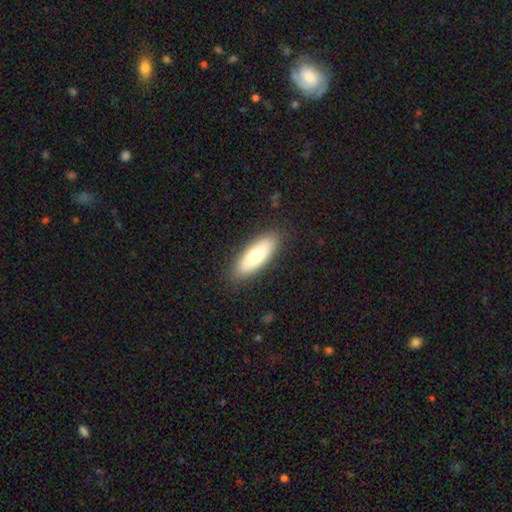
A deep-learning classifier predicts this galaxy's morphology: smooth_or_featured: smooth (p=0.75) [alt: featured or disk p=0.19]
how_rounded: in between (p=0.61) [alt: cigar-shaped p=0.37]
merging: none (p=0.88) [alt: minor disturbance p=0.09]